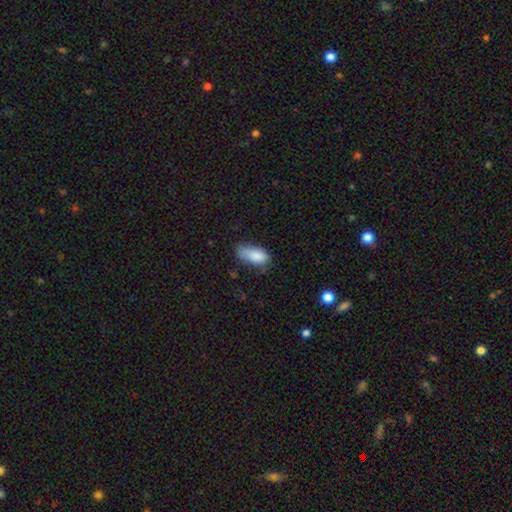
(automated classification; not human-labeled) A smooth galaxy with no disk features (85%) that is in between round and cigar-shaped (89%).

Vote fractions:
- Smooth or featured? smooth: 85% / featured or disk: 8% / star or artifact: 7%
- How rounded? in between: 89% / cigar-shaped: 8% / round: 3%
- Merging? none: 47% / minor disturbance: 38% / major disturbance: 11% / merger: 4%